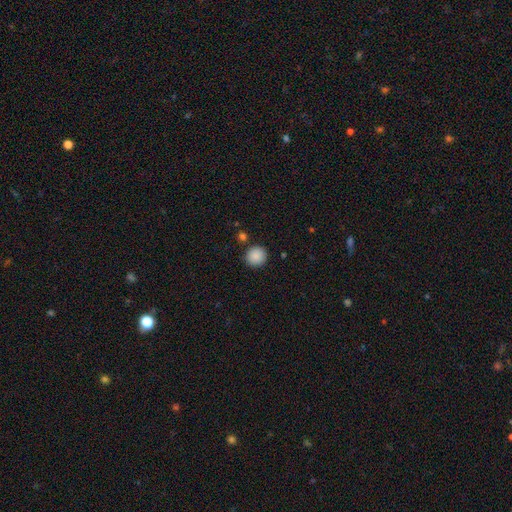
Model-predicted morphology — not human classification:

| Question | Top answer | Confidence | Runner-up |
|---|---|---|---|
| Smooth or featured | smooth | 89% | star or artifact (9%) |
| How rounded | round | 92% | in between (7%) |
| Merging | none | 87% | minor disturbance (7%) |